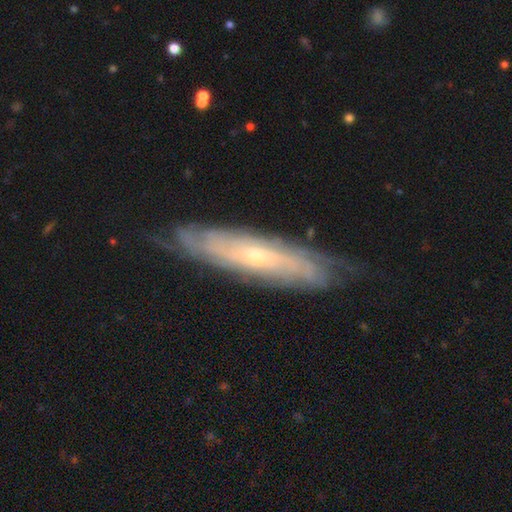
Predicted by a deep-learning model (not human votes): Smooth or featured?
  - featured or disk: 77% *
  - smooth: 16%
  - star or artifact: 6%
Edge-on disk?
  - no: 63% *
  - yes: 37%
Merging?
  - none: 78% *
  - minor disturbance: 17%
  - major disturbance: 4%
  - merger: 1%